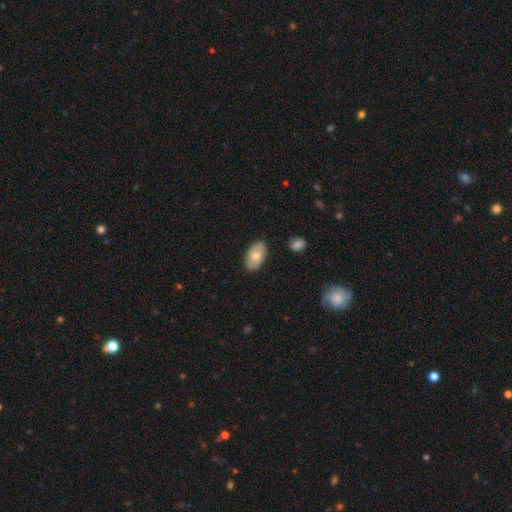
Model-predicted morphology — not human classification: Smooth or featured: smooth — 77% (featured or disk — 17%)
How rounded: in between — 94% (round — 4%)
Merging: none — 85% (minor disturbance — 11%)